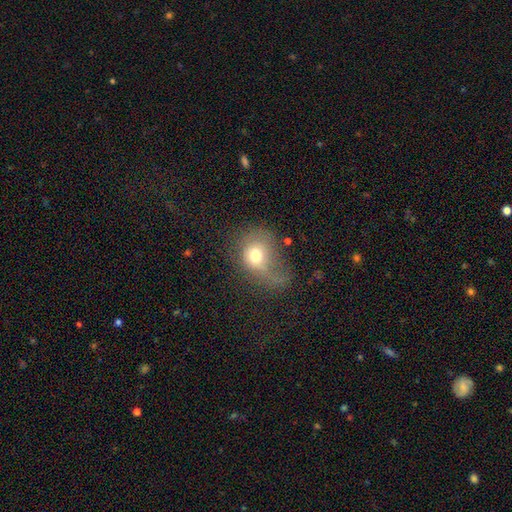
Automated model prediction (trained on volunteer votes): Morphology: type=smooth (66%); roundness=round (58%); merging=major disturbance (51%).